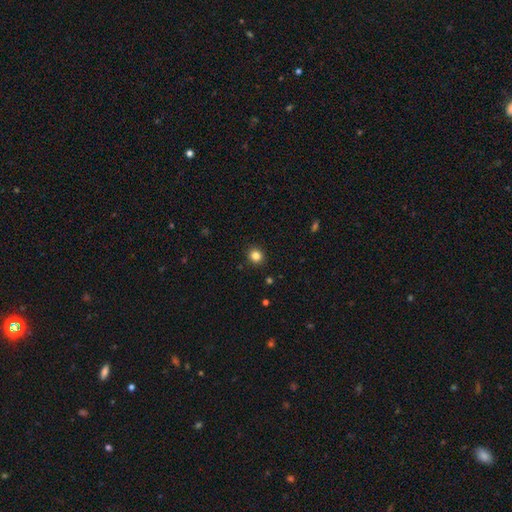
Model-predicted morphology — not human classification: Smooth or featured? Predicted: smooth (p=0.84). How rounded? Predicted: round (p=0.88). Merging? Predicted: none (p=0.91).